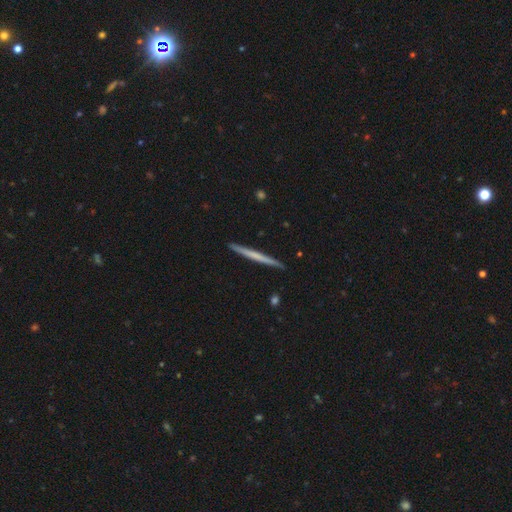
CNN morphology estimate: A smooth galaxy with no disk features (48%). Merging: none (92%).